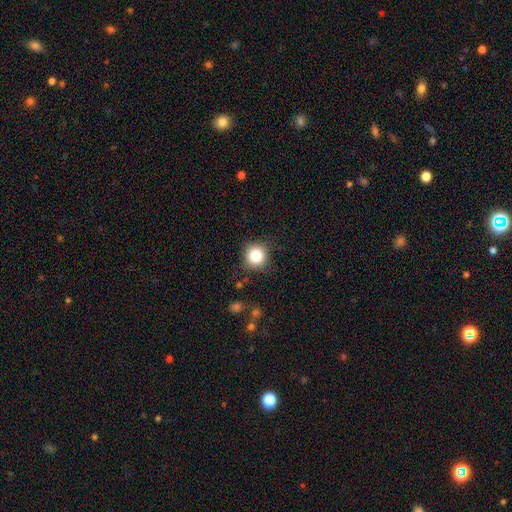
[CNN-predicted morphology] The model was most divided on "smooth or featured": smooth: 83%, star or artifact: 11%, featured or disk: 6%. More confident: how rounded — round (90%); merging — none (84%).